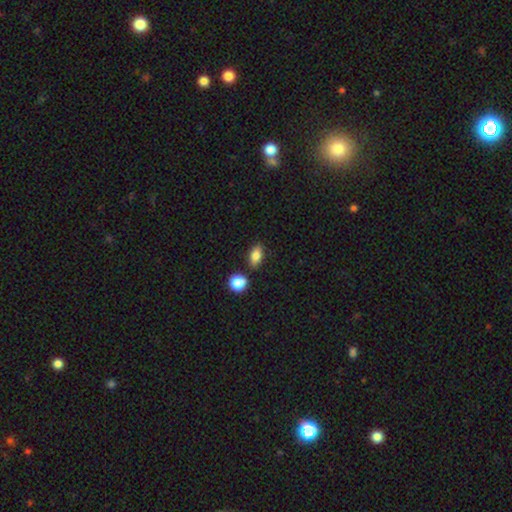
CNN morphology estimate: A smooth galaxy with no disk features (82%) that is in between round and cigar-shaped (84%).

Vote fractions:
- Smooth or featured? smooth: 82% / featured or disk: 9% / star or artifact: 9%
- How rounded? in between: 84% / round: 11% / cigar-shaped: 5%
- Merging? none: 81% / minor disturbance: 11% / merger: 6% / major disturbance: 2%